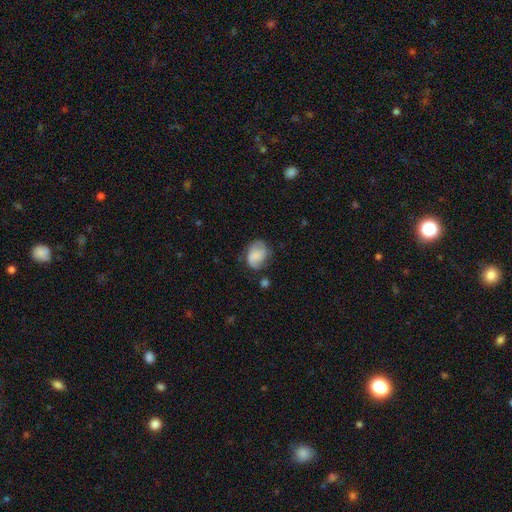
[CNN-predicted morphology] This is likely a smooth galaxy (63%). How rounded: likely in between (63%). Merging: possibly none (51%).